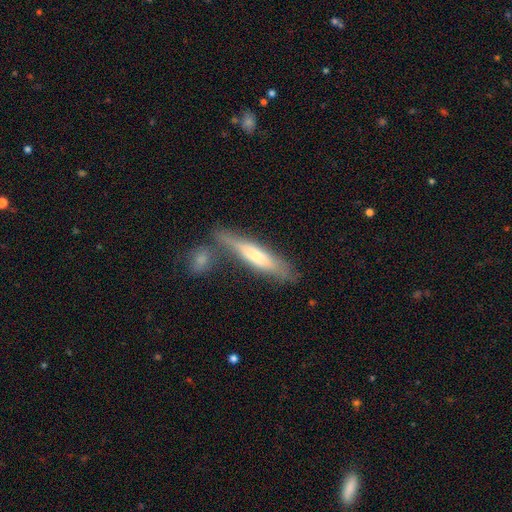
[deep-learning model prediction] This is possibly a smooth galaxy (57%). How rounded: clearly cigar-shaped (82%). Merging: possibly none (54%).